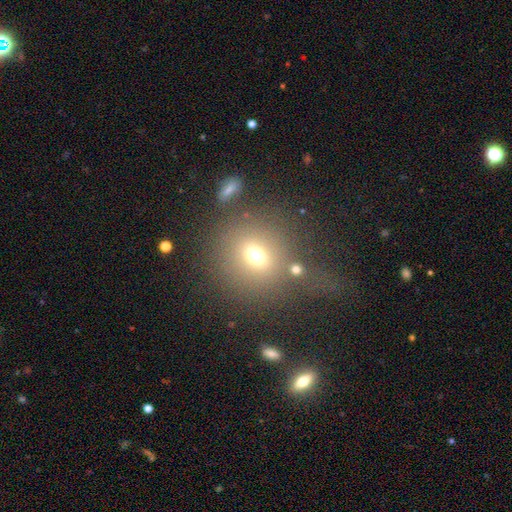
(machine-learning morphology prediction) type=smooth (67%); roundness=round (76%); merging=none (66%).